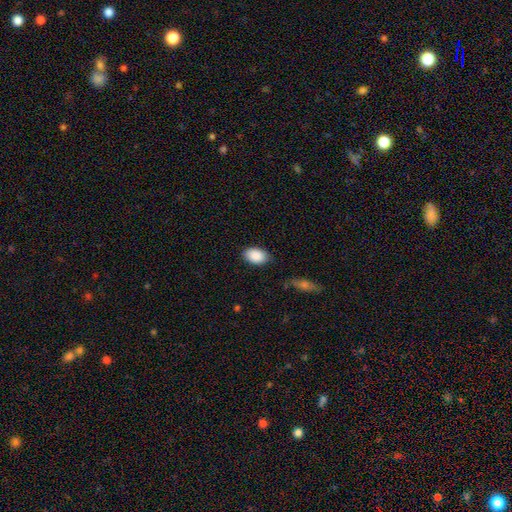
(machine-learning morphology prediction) Smooth or featured: smooth — 90% (star or artifact — 7%)
How rounded: in between — 90% (round — 9%)
Merging: none — 83% (minor disturbance — 13%)